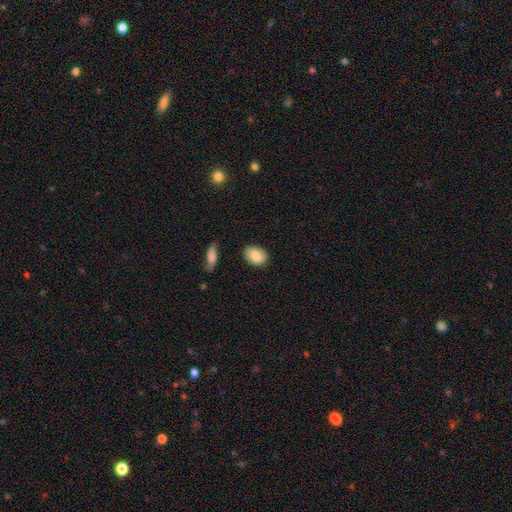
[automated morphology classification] The model was most divided on "how rounded": in between: 71%, round: 28%, cigar-shaped: 1%. More confident: merging — none (83%); smooth or featured — smooth (79%).